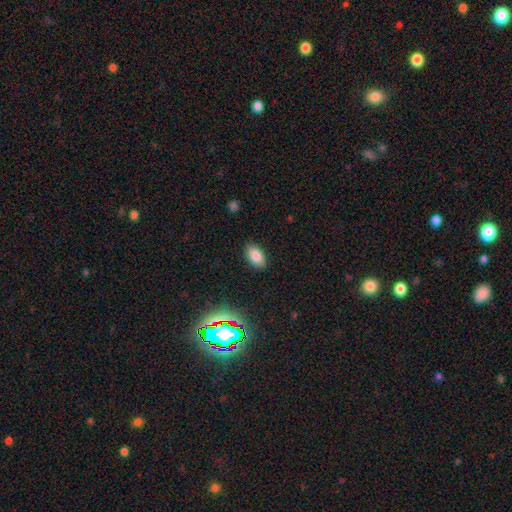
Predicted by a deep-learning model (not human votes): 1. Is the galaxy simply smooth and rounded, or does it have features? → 84% smooth, 10% star or artifact, 7% featured or disk.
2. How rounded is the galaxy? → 92% in between, 6% round, 2% cigar-shaped.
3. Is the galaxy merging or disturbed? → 87% none, 10% minor disturbance, 2% major disturbance, 1% merger.